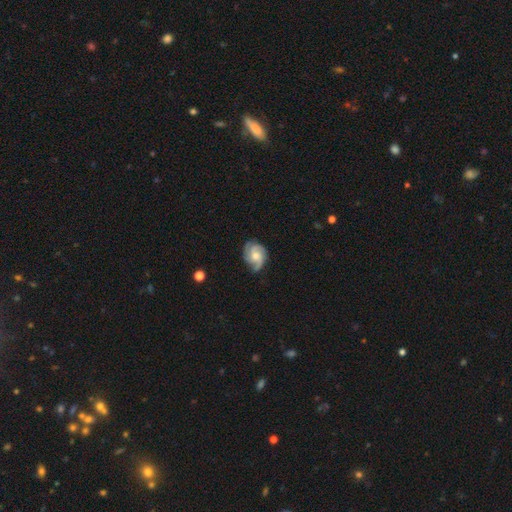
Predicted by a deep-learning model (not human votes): smooth_or_featured: featured or disk (p=0.82) [alt: smooth p=0.12]
disk_edge_on: no (p=0.98) [alt: yes p=0.02]
bar: no (p=0.69) [alt: weak p=0.27]
has_spiral_arms: yes (p=0.97) [alt: no p=0.03]
spiral_winding: medium (p=0.45) [alt: tight p=0.42]
spiral_arm_count: 3 (p=0.63) [alt: 2 p=0.11]
bulge_size: moderate (p=0.60) [alt: small p=0.30]
merging: none (p=0.74) [alt: minor disturbance p=0.18]